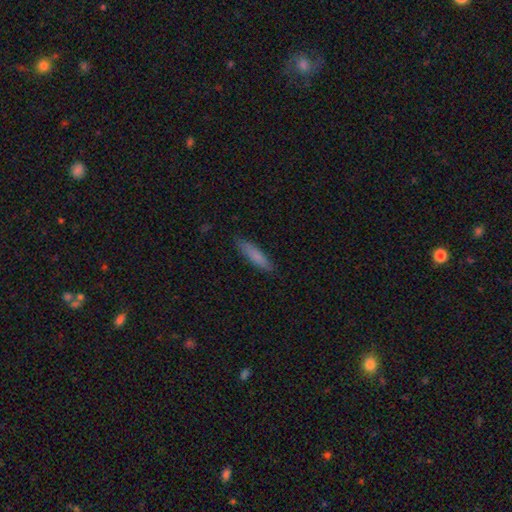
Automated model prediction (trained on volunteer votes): This appears to be a smooth galaxy with no disk features (80%) that is cigar-shaped (80%). Merging: none (85%).